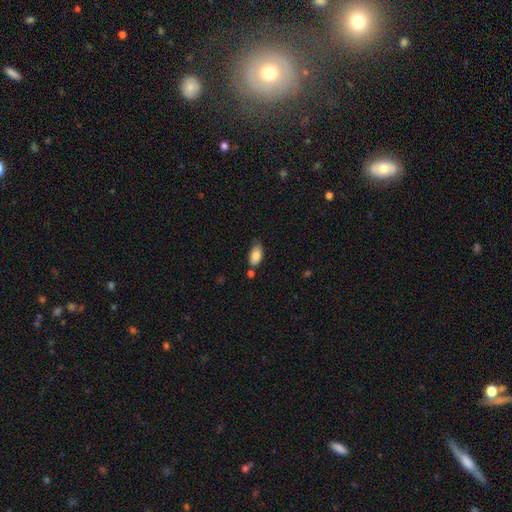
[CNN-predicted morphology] Smooth or featured: smooth — 84% (featured or disk — 9%)
How rounded: in between — 93% (cigar-shaped — 4%)
Merging: none — 66% (minor disturbance — 22%)